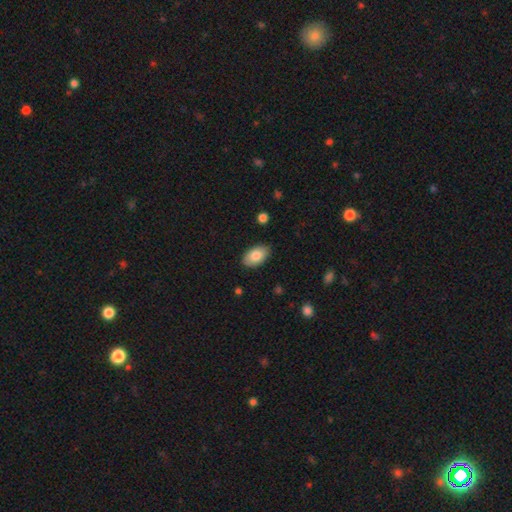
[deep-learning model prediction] Smooth or featured? smooth (83%)
How rounded? in between (94%)
Merging? none (86%)